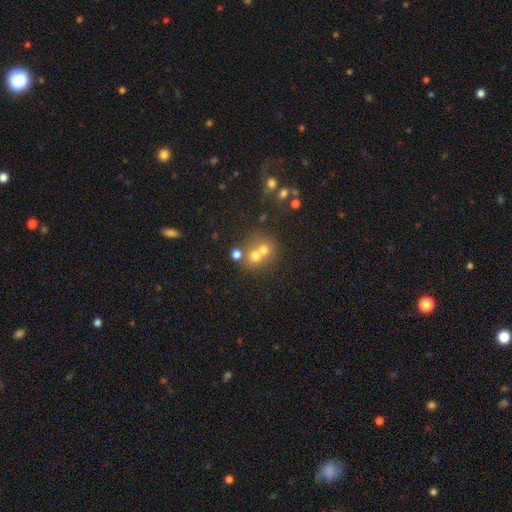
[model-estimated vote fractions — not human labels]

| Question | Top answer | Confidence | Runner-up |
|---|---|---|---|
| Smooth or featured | smooth | 63% | featured or disk (20%) |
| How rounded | round | 79% | in between (20%) |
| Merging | merger | 55% | none (35%) |